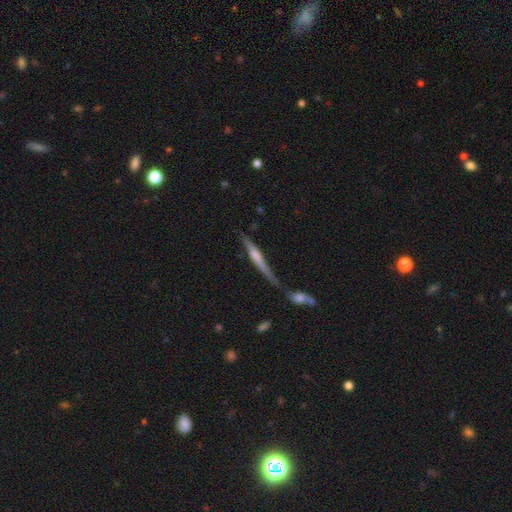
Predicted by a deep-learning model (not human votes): smooth-or-featured: featured or disk: 63% | smooth: 30% | star or artifact: 7%
  disk-edge-on: yes: 93% | no: 7%
    edge-on-bulge: rounded: 59% | none: 24% | boxy: 17%
  merging: none: 49% | merger: 26% | minor disturbance: 17% | major disturbance: 8%